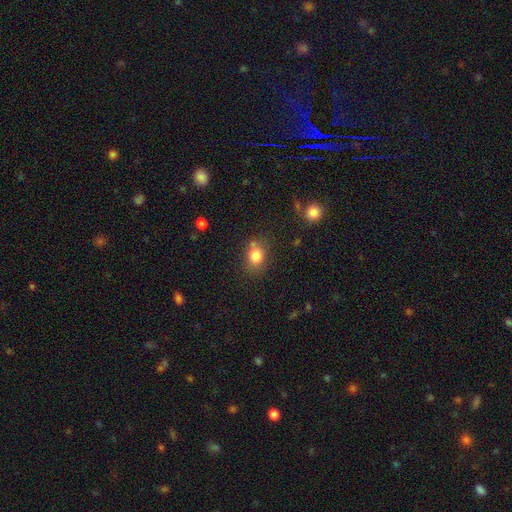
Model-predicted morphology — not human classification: smooth 81%, star or artifact 11%, featured or disk 8%. Down the decision tree: how rounded — in between (50%); merging — none (66%).